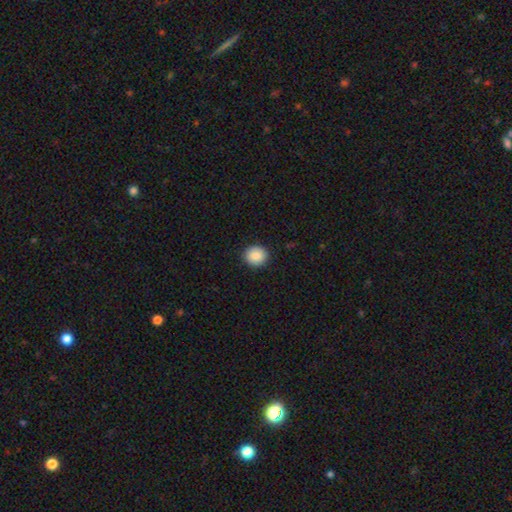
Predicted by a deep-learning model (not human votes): smooth-or-featured: smooth: 89% | star or artifact: 8% | featured or disk: 3%
  how-rounded: round: 86% | in between: 13% | cigar-shaped: 1%
  merging: none: 91% | minor disturbance: 6% | major disturbance: 2% | merger: 1%